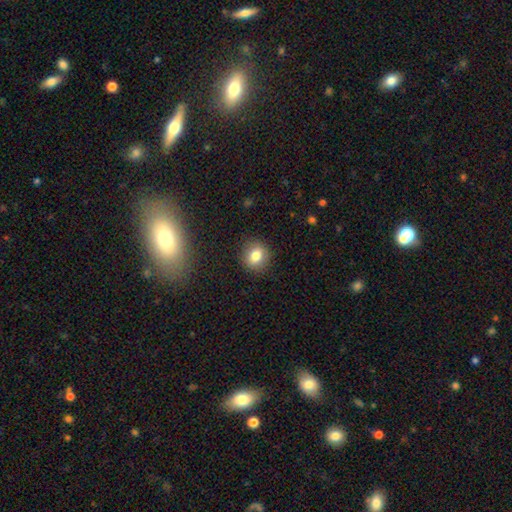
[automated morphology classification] Smooth or featured? smooth (79%)
How rounded? round (72%)
Merging? none (88%)